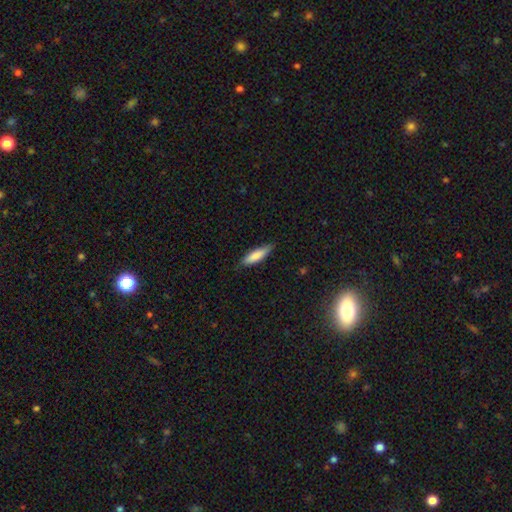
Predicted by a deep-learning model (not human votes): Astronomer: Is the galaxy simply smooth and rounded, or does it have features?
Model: smooth — 81%.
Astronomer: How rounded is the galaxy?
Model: cigar-shaped — 59% (runner-up: in between, 39%).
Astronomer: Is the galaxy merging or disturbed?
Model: none — 80%.